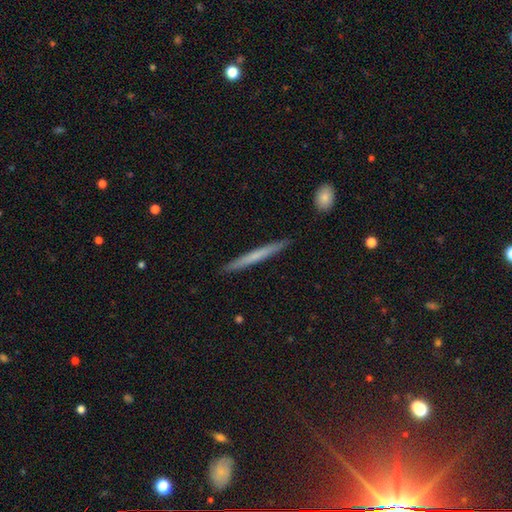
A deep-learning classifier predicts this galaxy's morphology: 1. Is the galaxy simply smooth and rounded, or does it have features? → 56% smooth, 38% featured or disk, 6% star or artifact.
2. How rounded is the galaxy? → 97% cigar-shaped, 2% in between, 1% round.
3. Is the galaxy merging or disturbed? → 91% none, 6% minor disturbance, 1% major disturbance, 1% merger.